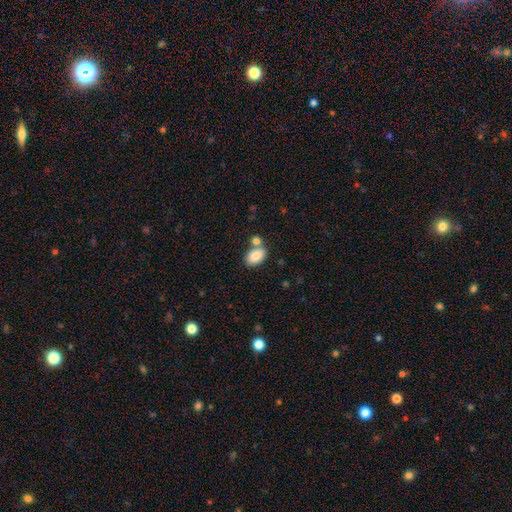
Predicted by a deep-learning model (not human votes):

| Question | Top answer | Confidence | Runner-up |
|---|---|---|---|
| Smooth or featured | smooth | 86% | featured or disk (7%) |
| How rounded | in between | 90% | round (9%) |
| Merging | none | 58% | merger (27%) |